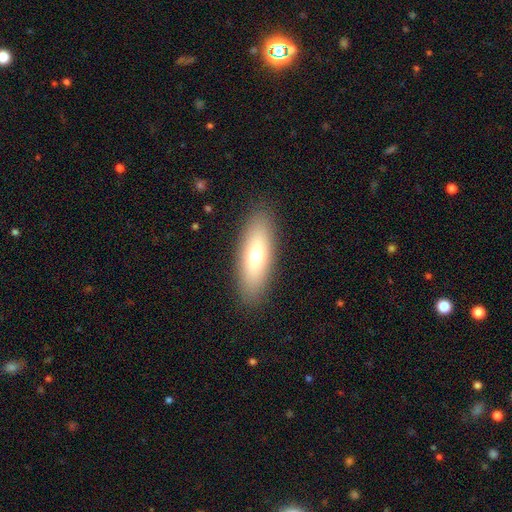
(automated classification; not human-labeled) smooth_or_featured: smooth (p=0.67) [alt: featured or disk p=0.26]
how_rounded: in between (p=0.60) [alt: cigar-shaped p=0.37]
merging: none (p=0.89) [alt: minor disturbance p=0.08]